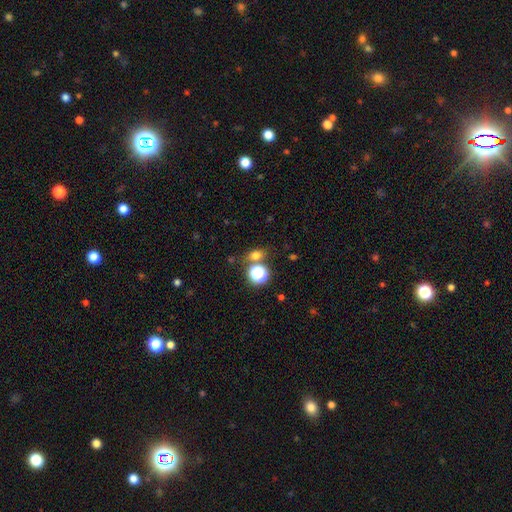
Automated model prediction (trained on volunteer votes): smooth_or_featured: smooth (p=0.67) [alt: star or artifact p=0.24]
how_rounded: round (p=0.50) [alt: in between p=0.47]
merging: none (p=0.71) [alt: merger p=0.15]